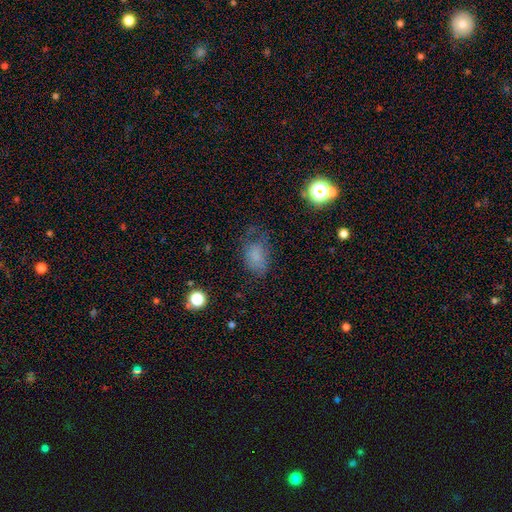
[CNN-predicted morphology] Smooth or featured? smooth (72%)
How rounded? in between (77%)
Merging? none (48%)